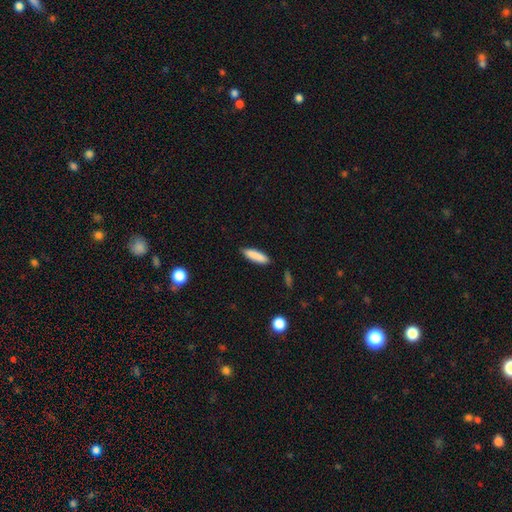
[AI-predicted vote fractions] smooth 88%, featured or disk 6%, star or artifact 6%. Down the decision tree: how rounded — cigar-shaped (60%); merging — none (87%).